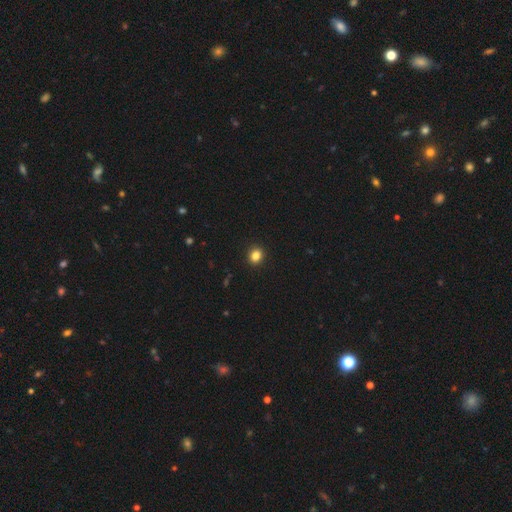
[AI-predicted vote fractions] This appears to be a smooth galaxy with no disk features (85%) that is round (70%). Merging: none (92%).